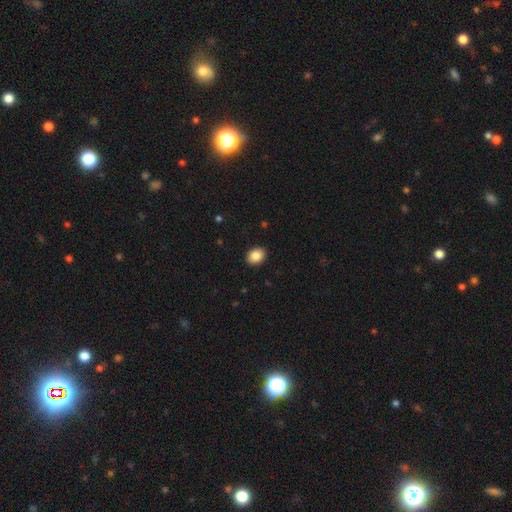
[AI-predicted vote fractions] smooth-or-featured: smooth: 87% | star or artifact: 8% | featured or disk: 5%
  how-rounded: in between: 57% | round: 42% | cigar-shaped: 1%
  merging: none: 91% | minor disturbance: 6% | major disturbance: 2% | merger: 1%